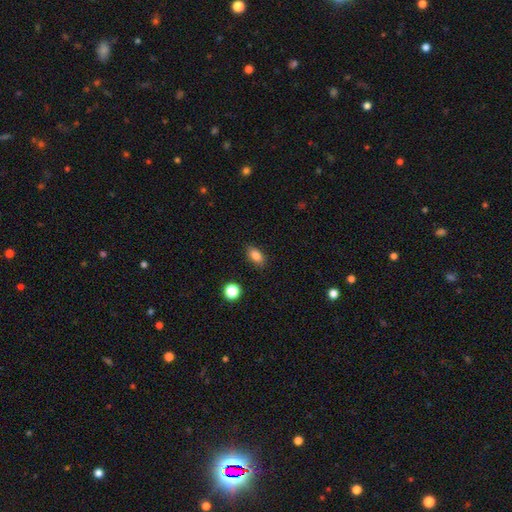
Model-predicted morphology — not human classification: Overall: smooth (85%). How rounded: in between (87%). Merging: none (87%).